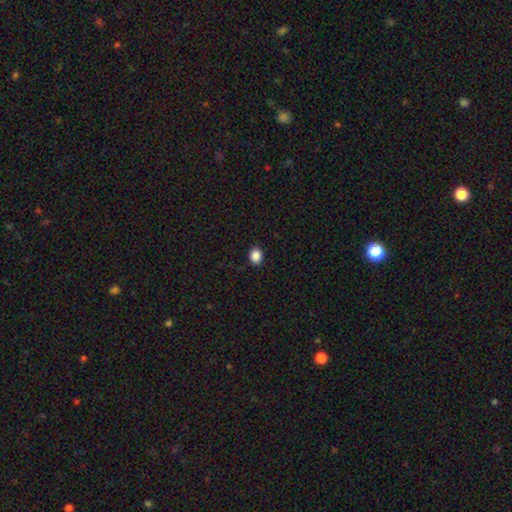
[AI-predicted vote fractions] This is clearly a smooth galaxy (88%). How rounded: possibly in between (51%). Merging: clearly none (90%).